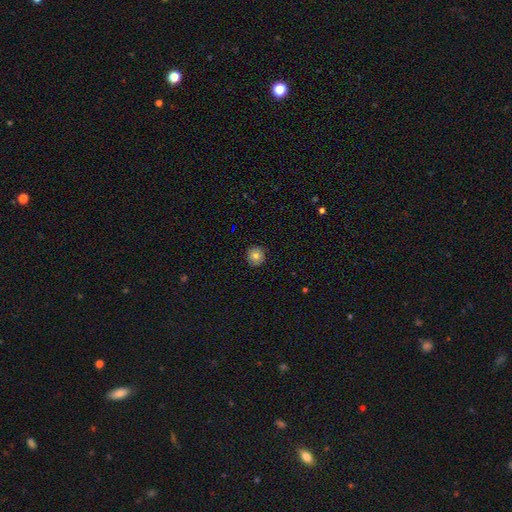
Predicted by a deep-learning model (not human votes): Smooth or featured: smooth — 76% (featured or disk — 14%)
How rounded: round — 94% (in between — 5%)
Merging: none — 90% (minor disturbance — 8%)